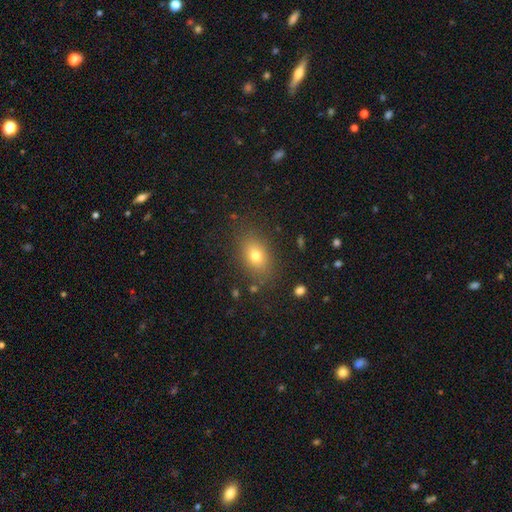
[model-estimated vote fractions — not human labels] The model was most divided on "how rounded": in between: 77%, round: 21%, cigar-shaped: 2%. More confident: merging — none (83%); smooth or featured — smooth (74%).